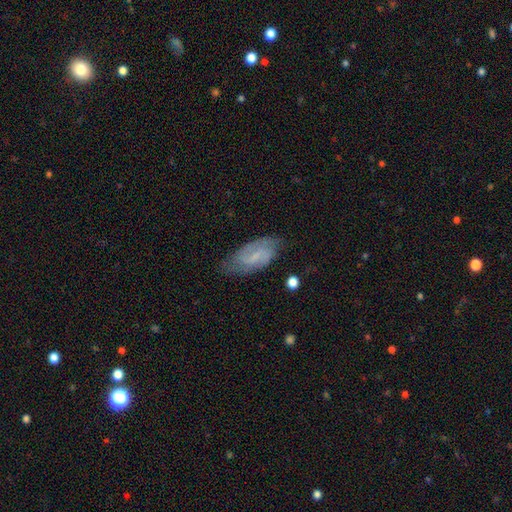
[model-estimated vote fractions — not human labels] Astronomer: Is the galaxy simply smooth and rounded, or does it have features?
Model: featured or disk — 71%.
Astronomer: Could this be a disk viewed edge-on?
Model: no — 95%.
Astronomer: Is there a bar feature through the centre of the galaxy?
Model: weak — 53%.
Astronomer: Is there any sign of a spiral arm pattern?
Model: yes — 91%.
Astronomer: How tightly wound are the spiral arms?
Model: medium — 48% (runner-up: tight, 31%).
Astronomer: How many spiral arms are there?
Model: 2 — 81%.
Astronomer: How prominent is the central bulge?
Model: small — 49% (runner-up: none, 35%).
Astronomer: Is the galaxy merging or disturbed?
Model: none — 73%.